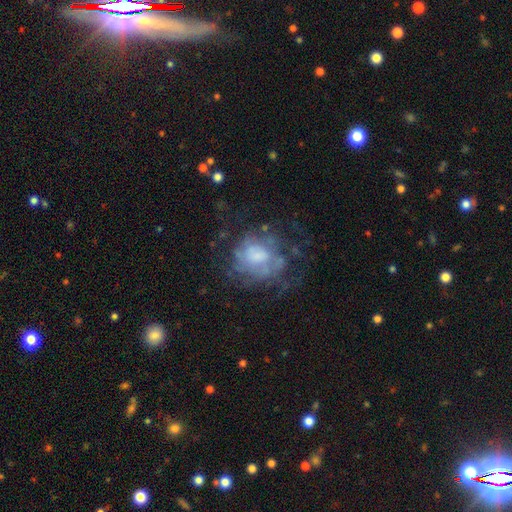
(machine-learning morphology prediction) This appears to be a featured or disk galaxy (60%) with no bar (76%), no spiral arms (51%) and a moderate central bulge (37%). Merging: none (54%).